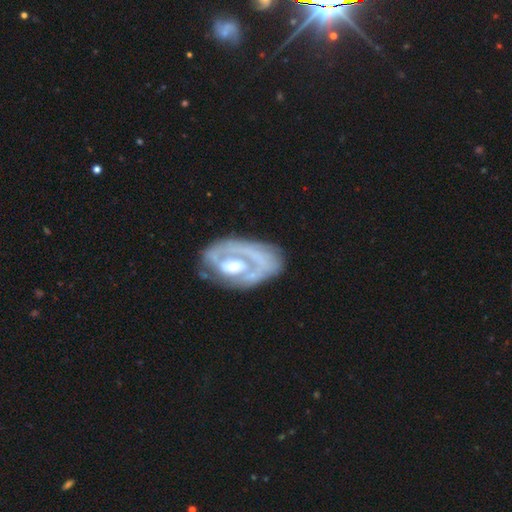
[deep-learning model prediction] Smooth or featured? Predicted: featured or disk (p=0.79). Edge-on disk? Predicted: no (p=0.96). Bar? Predicted: no (p=0.63). Spiral arms? Predicted: yes (p=0.72). Spiral winding? Predicted: tight (p=0.60). Spiral arm count? Predicted: 1 (p=0.60). Bulge size? Predicted: moderate (p=0.54). Merging? Predicted: none (p=0.53).